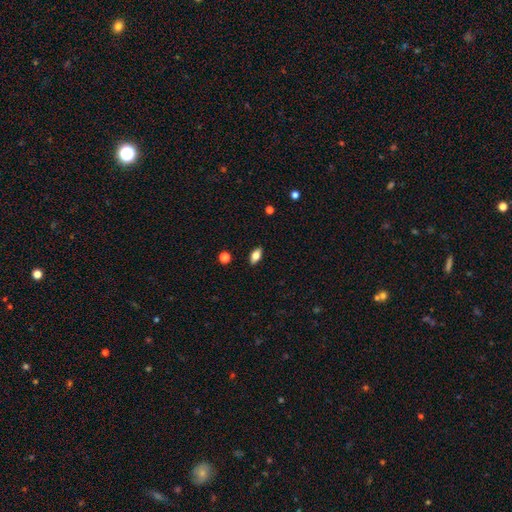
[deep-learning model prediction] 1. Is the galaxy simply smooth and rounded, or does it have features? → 74% smooth, 18% featured or disk, 8% star or artifact.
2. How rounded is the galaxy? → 88% in between, 8% cigar-shaped, 4% round.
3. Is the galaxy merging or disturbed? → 88% none, 9% minor disturbance, 2% major disturbance, 1% merger.